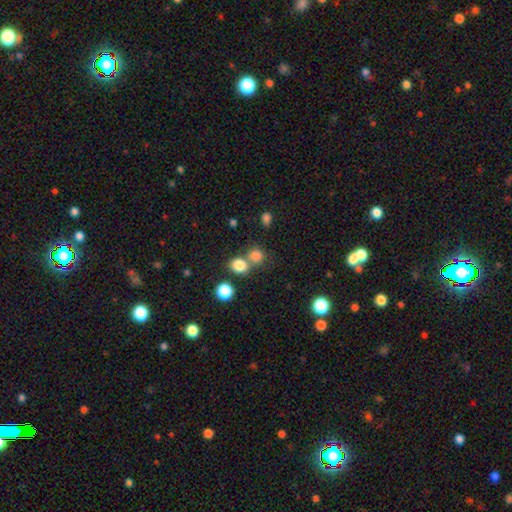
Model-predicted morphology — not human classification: Q: Smooth or featured?
A: smooth (80%); runner-up: star or artifact (14%)
Q: How rounded?
A: round (74%); runner-up: in between (25%)
Q: Merging?
A: none (50%); runner-up: merger (39%)